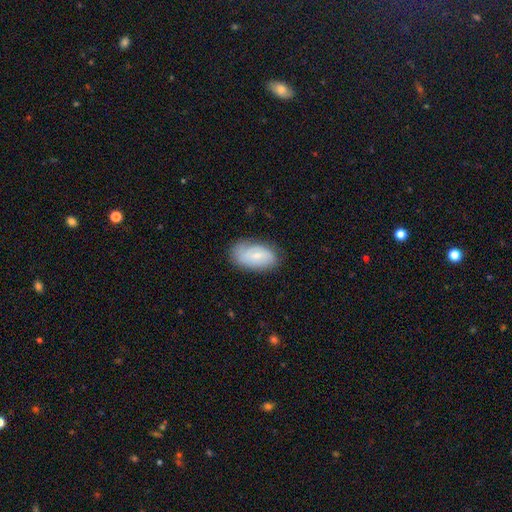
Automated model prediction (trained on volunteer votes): smooth-or-featured: smooth: 55% | featured or disk: 38% | star or artifact: 7%
  how-rounded: in between: 93% | round: 5% | cigar-shaped: 2%
  merging: none: 76% | minor disturbance: 18% | major disturbance: 5% | merger: 1%